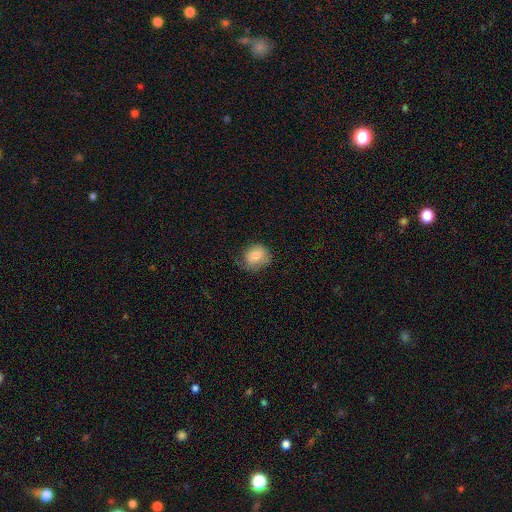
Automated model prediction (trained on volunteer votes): Smooth or featured? Predicted: smooth (p=0.78). How rounded? Predicted: round (p=0.63). Merging? Predicted: none (p=0.57).